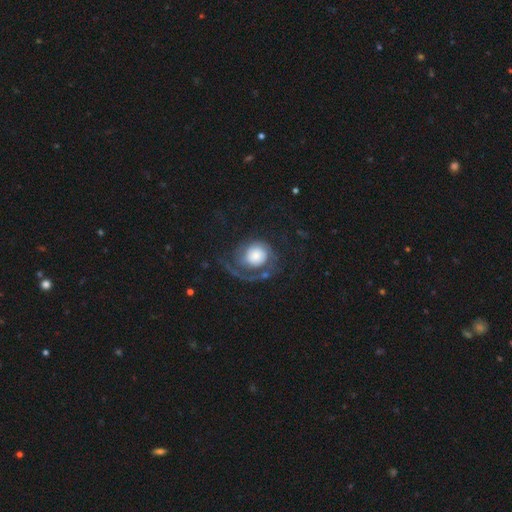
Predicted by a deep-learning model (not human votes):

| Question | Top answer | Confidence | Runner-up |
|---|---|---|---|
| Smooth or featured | featured or disk | 64% | smooth (28%) |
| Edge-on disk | no | 98% | yes (2%) |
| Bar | no | 82% | weak (15%) |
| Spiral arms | yes | 86% | no (14%) |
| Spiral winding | medium | 36% | tied: tight (36%) |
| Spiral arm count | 1 | 43% | 2 (34%) |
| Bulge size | large | 42% | dominant (20%) |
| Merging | none | 46% | major disturbance (35%) |